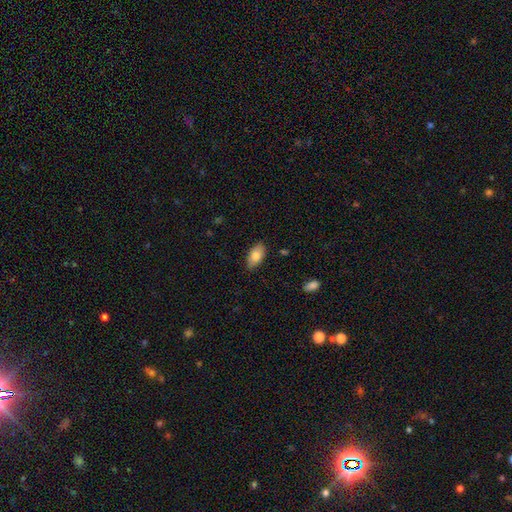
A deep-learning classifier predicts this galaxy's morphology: Smooth or featured?
  - smooth: 79% *
  - featured or disk: 14%
  - star or artifact: 7%
How rounded?
  - in between: 93% *
  - round: 4%
  - cigar-shaped: 3%
Merging?
  - none: 83% *
  - minor disturbance: 14%
  - major disturbance: 2%
  - merger: 1%